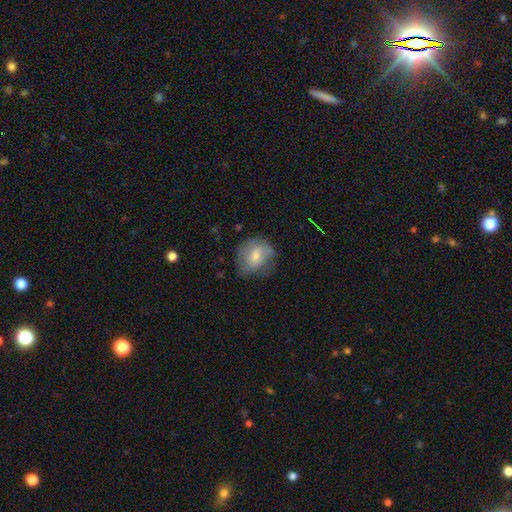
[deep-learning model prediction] smooth 62%, featured or disk 31%, star or artifact 8%. Down the decision tree: how rounded — round (65%); merging — none (62%).